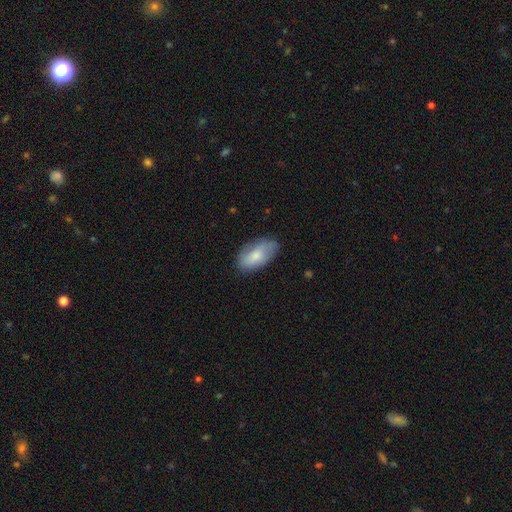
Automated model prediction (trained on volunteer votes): A smooth galaxy with no disk features (73%) that is in between round and cigar-shaped (93%).

Vote fractions:
- Smooth or featured? smooth: 73% / featured or disk: 21% / star or artifact: 6%
- How rounded? in between: 93% / round: 3% / cigar-shaped: 3%
- Merging? none: 76% / minor disturbance: 19% / major disturbance: 4% / merger: 1%